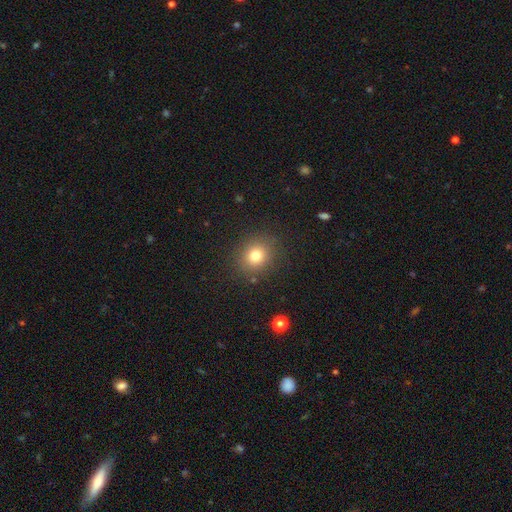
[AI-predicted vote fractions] Morphology: type=smooth (77%); roundness=round (78%); merging=none (87%).